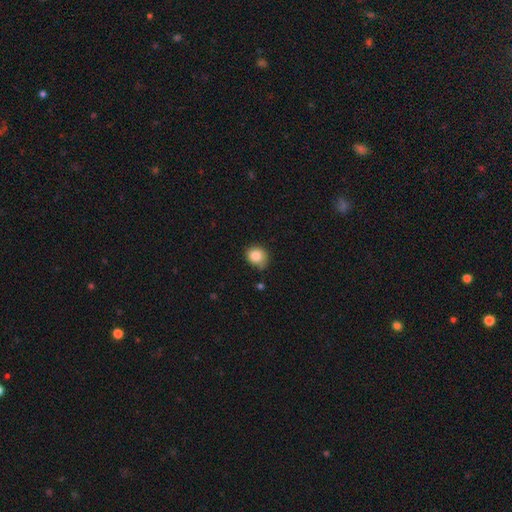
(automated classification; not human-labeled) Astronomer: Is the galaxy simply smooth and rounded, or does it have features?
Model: smooth — 85%.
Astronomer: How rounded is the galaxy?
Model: round — 74%.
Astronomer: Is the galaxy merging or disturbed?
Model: none — 63%.